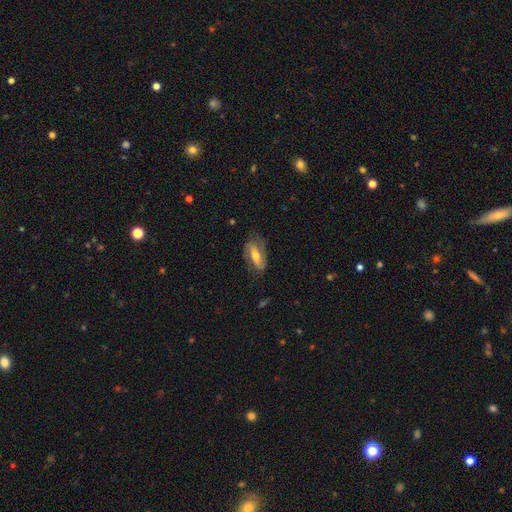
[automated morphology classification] Overall: featured or disk (75%). Edge-on disk: no (90%). Bar: strong (46%; weak 30%). Spiral arms: yes (89%). Spiral arm count: 2 (85%). Spiral winding: medium (42%; tight 30%). Bulge size: moderate (63%; small 28%). Merging: none (72%).